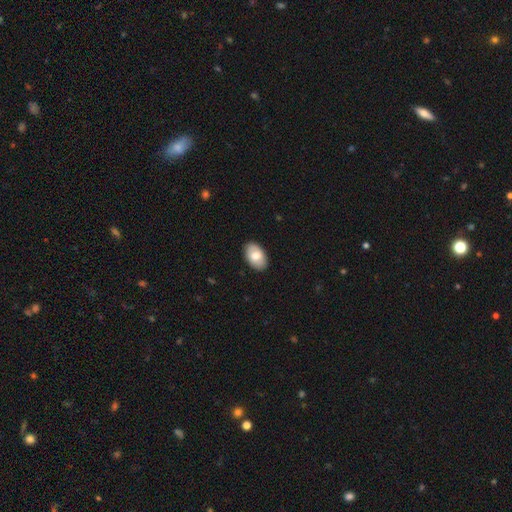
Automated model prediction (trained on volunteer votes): A smooth galaxy with no disk features (73%) that is in between round and cigar-shaped (93%). Merging: none (89%).